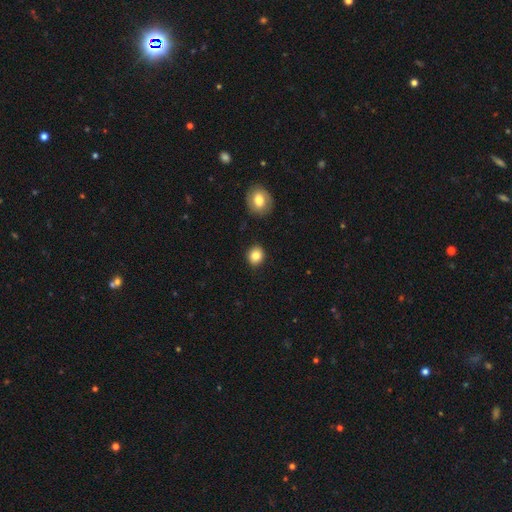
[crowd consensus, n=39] smooth 90%, star or artifact 10%, featured or disk 0%. Down the decision tree: how rounded — round (80%); merging — none (89%).